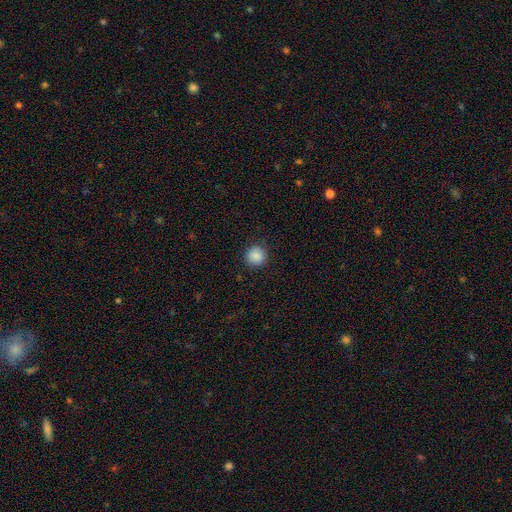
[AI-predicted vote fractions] Smooth or featured?
  - smooth: 87% *
  - star or artifact: 9%
  - featured or disk: 4%
How rounded?
  - round: 93% *
  - in between: 6%
  - cigar-shaped: 1%
Merging?
  - none: 87% *
  - minor disturbance: 9%
  - major disturbance: 3%
  - merger: 1%